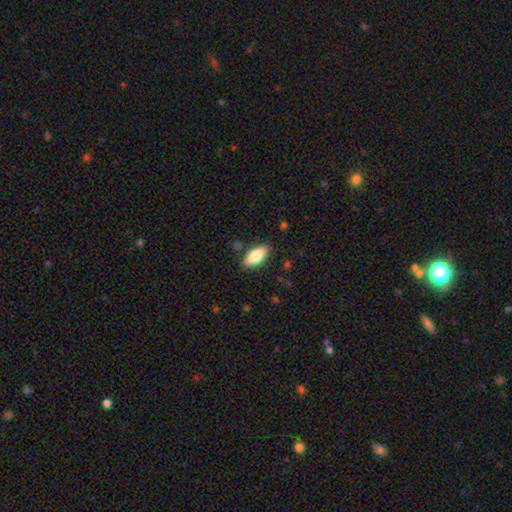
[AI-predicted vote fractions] smooth 83%, featured or disk 11%, star or artifact 6%. Down the decision tree: how rounded — in between (89%); merging — none (85%).